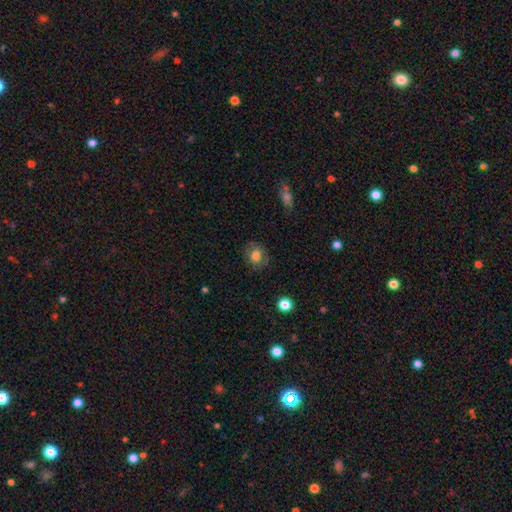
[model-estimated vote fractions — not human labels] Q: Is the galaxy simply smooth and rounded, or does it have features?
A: smooth — 75%.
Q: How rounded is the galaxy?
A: round — 68%.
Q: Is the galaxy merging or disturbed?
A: none — 80%.